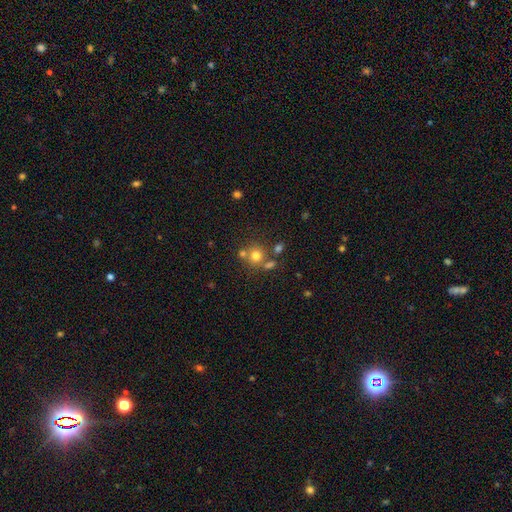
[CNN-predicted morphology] Smooth or featured? smooth (71%)
How rounded? round (88%)
Merging? none (61%)